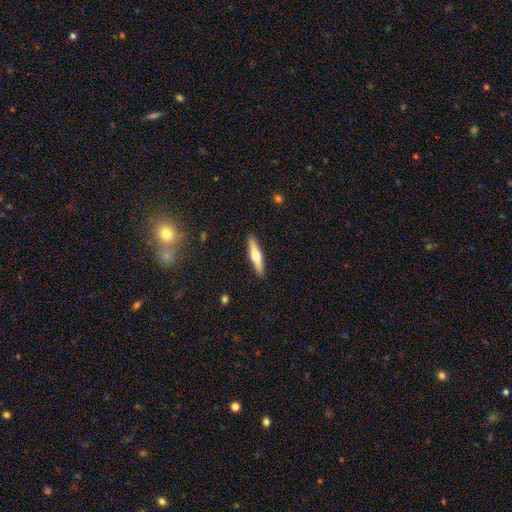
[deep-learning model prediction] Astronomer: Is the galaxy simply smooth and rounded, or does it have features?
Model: featured or disk — 48% (runner-up: smooth, 47%).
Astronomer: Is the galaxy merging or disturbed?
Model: none — 91%.